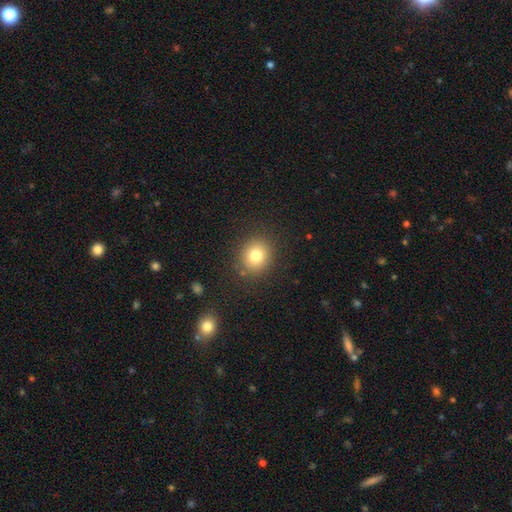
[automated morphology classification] A smooth galaxy with no disk features (79%) that is round (78%).

Vote fractions:
- Smooth or featured? smooth: 79% / star or artifact: 12% / featured or disk: 10%
- How rounded? round: 78% / in between: 21% / cigar-shaped: 1%
- Merging? none: 87% / minor disturbance: 9% / major disturbance: 3% / merger: 2%